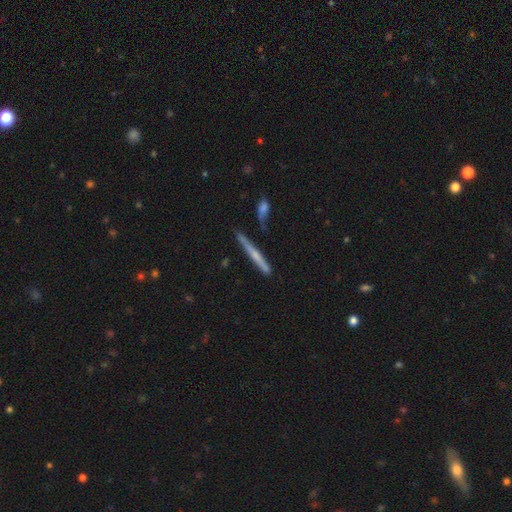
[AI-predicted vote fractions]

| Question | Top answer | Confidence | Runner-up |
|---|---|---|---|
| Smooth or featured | featured or disk | 57% | smooth (36%) |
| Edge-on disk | yes | 95% | no (5%) |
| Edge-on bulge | rounded | 55% | none (39%) |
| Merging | none | 74% | minor disturbance (16%) |